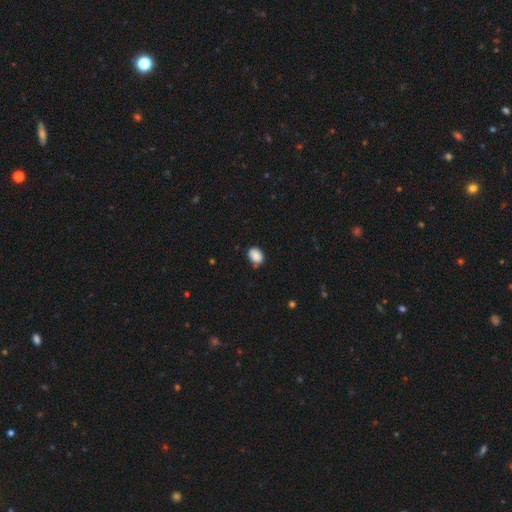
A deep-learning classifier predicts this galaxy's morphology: type=smooth (87%); roundness=in between (69%); merging=none (65%).